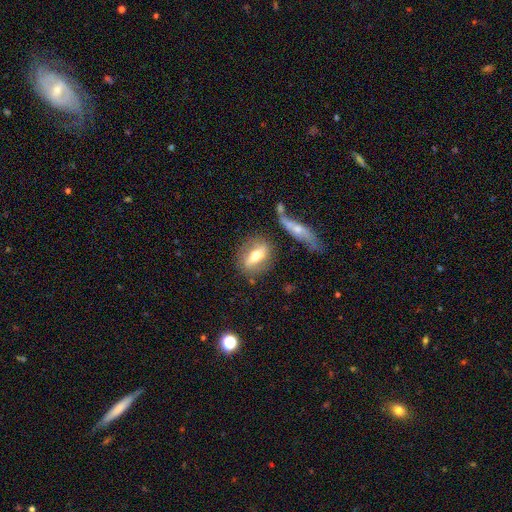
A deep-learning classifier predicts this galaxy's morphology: This appears to be a featured or disk galaxy (48%). Merging: none (72%).